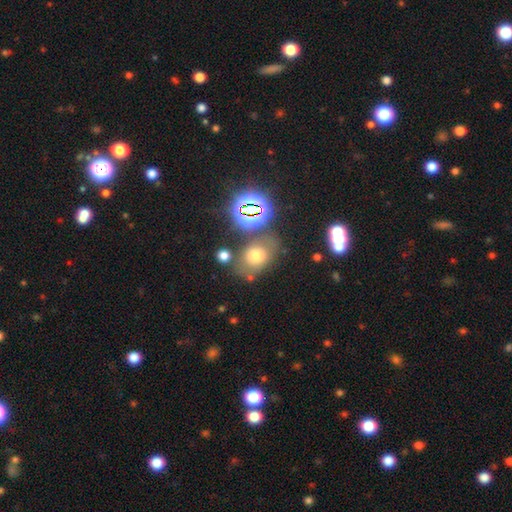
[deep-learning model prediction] Smooth or featured?
  - smooth: 62% *
  - star or artifact: 21%
  - featured or disk: 17%
How rounded?
  - in between: 61% *
  - round: 38%
  - cigar-shaped: 1%
Merging?
  - none: 63% *
  - minor disturbance: 16%
  - merger: 13%
  - major disturbance: 8%